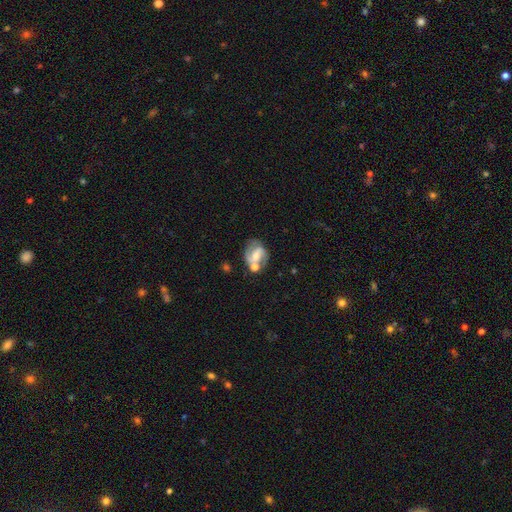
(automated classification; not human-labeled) Q: Smooth or featured?
A: featured or disk (72%); runner-up: smooth (21%)
Q: Edge-on disk?
A: no (97%); runner-up: yes (3%)
Q: Bar?
A: weak (43%); runner-up: no (32%)
Q: Spiral arms?
A: yes (87%); runner-up: no (13%)
Q: Spiral winding?
A: medium (50%); runner-up: loose (27%)
Q: Spiral arm count?
A: 2 (86%); runner-up: can't tell (7%)
Q: Bulge size?
A: moderate (50%); runner-up: small (37%)
Q: Merging?
A: none (54%); runner-up: merger (21%)